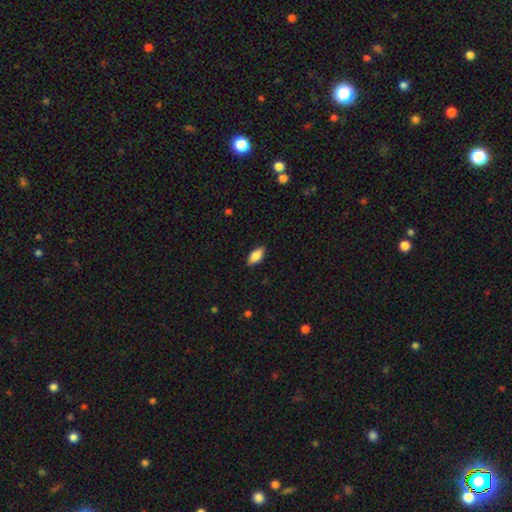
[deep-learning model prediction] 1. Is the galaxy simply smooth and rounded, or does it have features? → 83% smooth, 10% featured or disk, 7% star or artifact.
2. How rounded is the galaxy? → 89% in between, 8% cigar-shaped, 3% round.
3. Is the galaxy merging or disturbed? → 87% none, 10% minor disturbance, 2% major disturbance, 1% merger.